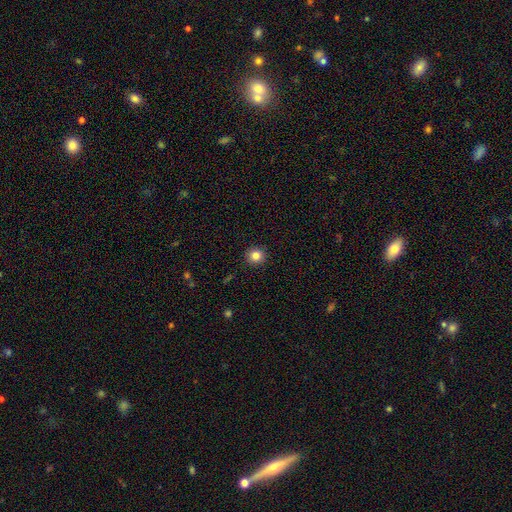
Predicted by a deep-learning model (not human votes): Smooth or featured? Predicted: smooth (p=0.83). How rounded? Predicted: round (p=0.93). Merging? Predicted: none (p=0.92).